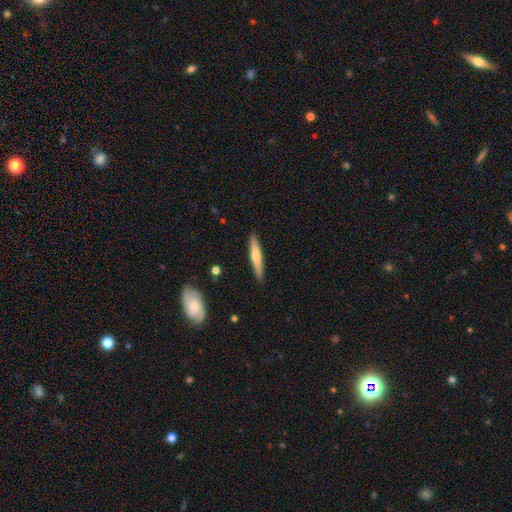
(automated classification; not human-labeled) smooth-or-featured: smooth: 55% | featured or disk: 39% | star or artifact: 5%
  how-rounded: cigar-shaped: 91% | in between: 8% | round: 1%
  merging: none: 88% | minor disturbance: 9% | major disturbance: 2% | merger: 1%